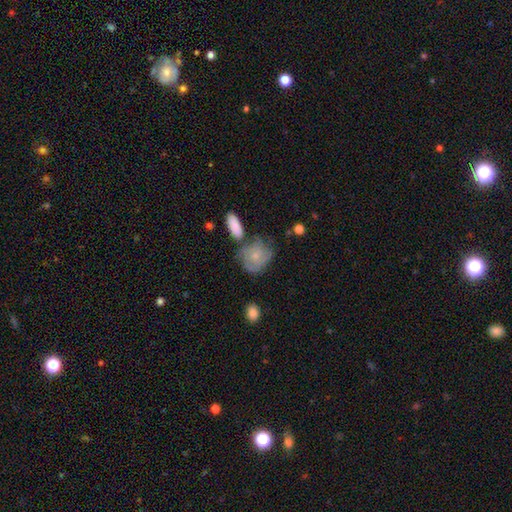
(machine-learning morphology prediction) A smooth galaxy with no disk features (50%) that is round (56%).

Vote fractions:
- Smooth or featured? smooth: 50% / featured or disk: 43% / star or artifact: 7%
- How rounded? round: 56% / in between: 42% / cigar-shaped: 2%
- Merging? none: 49% / minor disturbance: 26% / major disturbance: 15% / merger: 10%